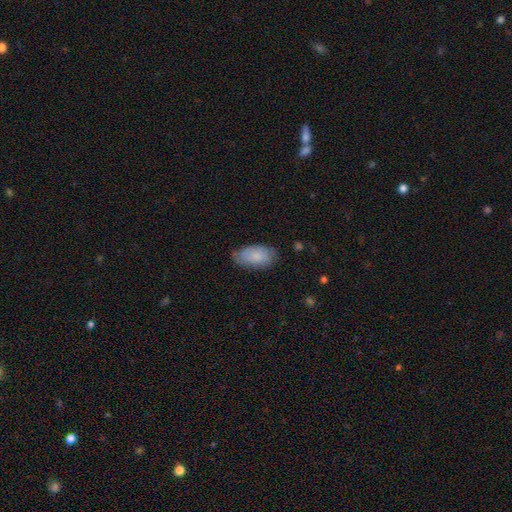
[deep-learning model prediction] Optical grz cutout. It shows a smooth galaxy with no disk features (76%) that is in between round and cigar-shaped (94%). Merging: none (72%).